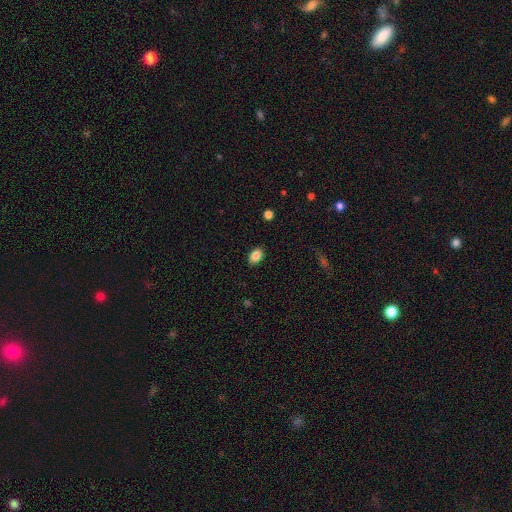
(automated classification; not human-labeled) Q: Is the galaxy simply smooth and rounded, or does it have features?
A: smooth — 87%.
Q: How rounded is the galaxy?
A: in between — 85%.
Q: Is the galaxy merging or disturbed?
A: none — 88%.